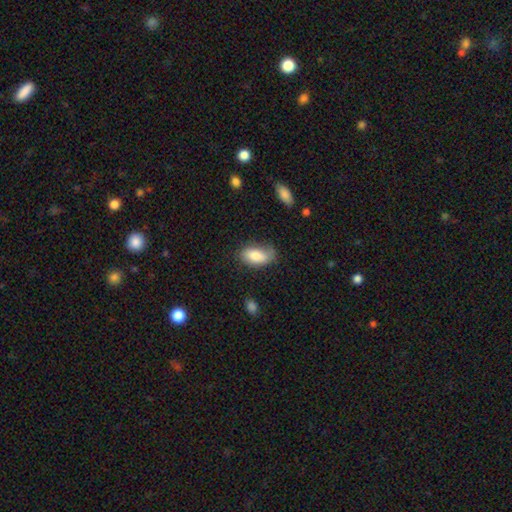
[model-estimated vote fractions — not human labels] Smooth or featured? Predicted: smooth (p=0.81). How rounded? Predicted: in between (p=0.93). Merging? Predicted: none (p=0.58).